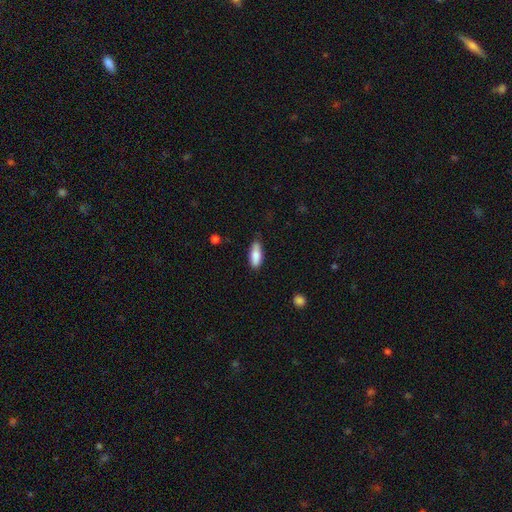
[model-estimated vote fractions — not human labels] Morphology: type=smooth (85%); roundness=in between (74%); merging=none (77%).